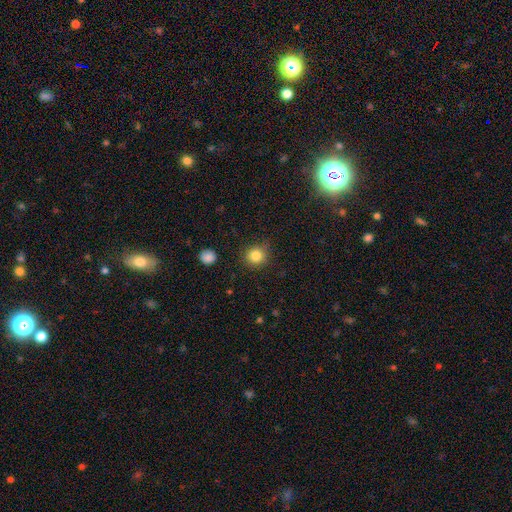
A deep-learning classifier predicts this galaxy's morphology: Smooth or featured?
  - smooth: 83% *
  - star or artifact: 11%
  - featured or disk: 5%
How rounded?
  - round: 91% *
  - in between: 8%
  - cigar-shaped: 1%
Merging?
  - none: 81% *
  - minor disturbance: 13%
  - major disturbance: 4%
  - merger: 2%